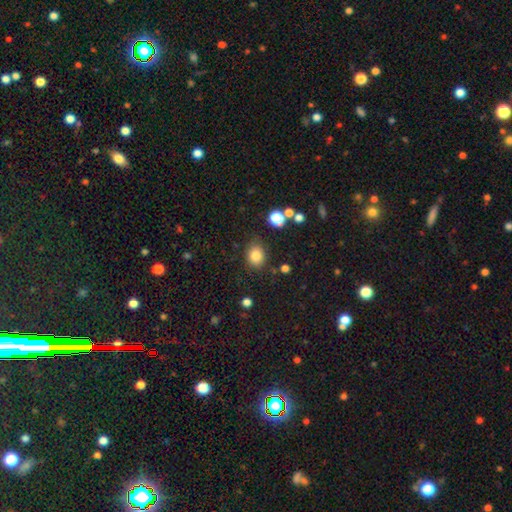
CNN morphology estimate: Smooth or featured: smooth — 82% (star or artifact — 12%)
How rounded: round — 56% (in between — 43%)
Merging: none — 80% (minor disturbance — 13%)